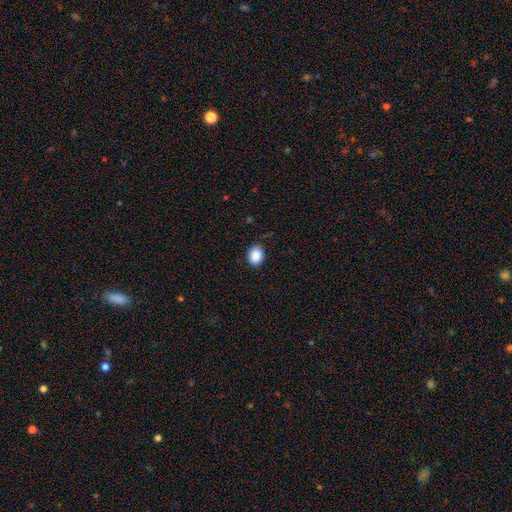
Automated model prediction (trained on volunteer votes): Q: Smooth or featured?
A: smooth (89%); runner-up: star or artifact (8%)
Q: How rounded?
A: in between (60%); runner-up: round (40%)
Q: Merging?
A: none (86%); runner-up: minor disturbance (11%)